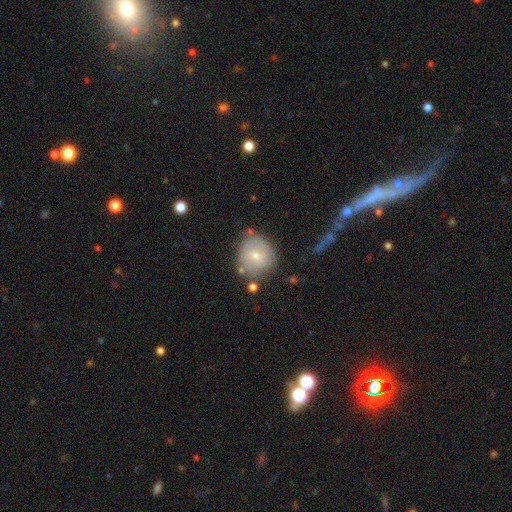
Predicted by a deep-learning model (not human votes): Overall: smooth (59%; featured or disk 33%). How rounded: round (83%). Merging: none (69%).